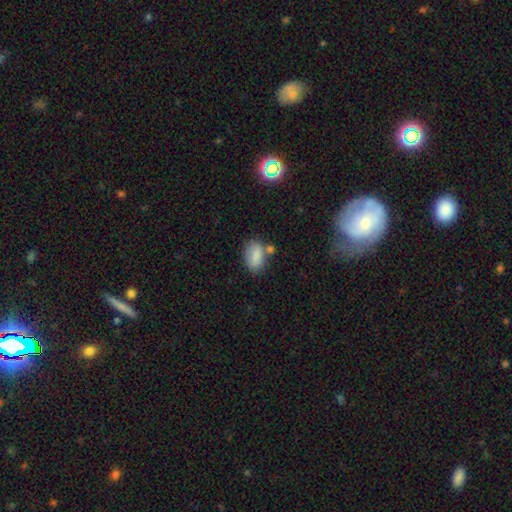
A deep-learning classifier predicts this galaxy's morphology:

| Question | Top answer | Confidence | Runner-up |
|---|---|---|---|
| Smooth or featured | smooth | 83% | featured or disk (8%) |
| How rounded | in between | 89% | round (9%) |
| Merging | none | 58% | minor disturbance (20%) |